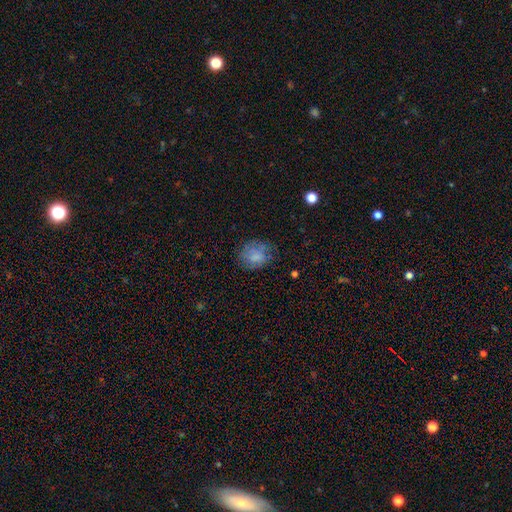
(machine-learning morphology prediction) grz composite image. It shows a smooth galaxy with no disk features (70%) that is round (61%). Merging: none (64%).